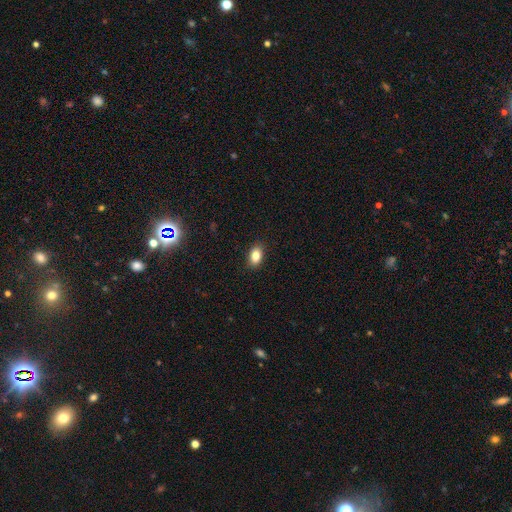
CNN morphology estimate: Smooth or featured: smooth — 84% (star or artifact — 9%)
How rounded: in between — 85% (round — 13%)
Merging: none — 89% (minor disturbance — 8%)